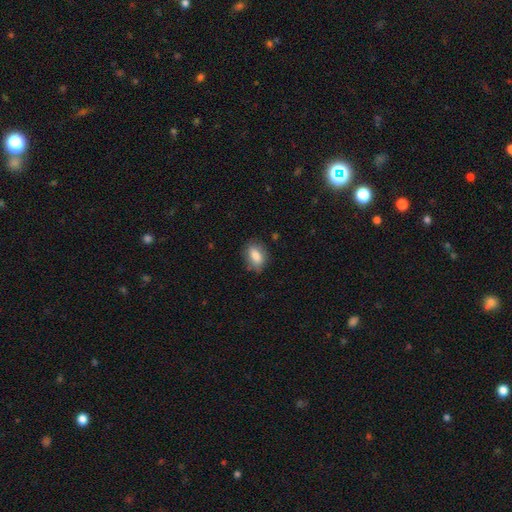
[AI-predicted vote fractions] Smooth or featured?
  - smooth: 81% *
  - featured or disk: 12%
  - star or artifact: 7%
How rounded?
  - in between: 83% *
  - round: 13%
  - cigar-shaped: 4%
Merging?
  - none: 77% *
  - minor disturbance: 18%
  - major disturbance: 4%
  - merger: 1%